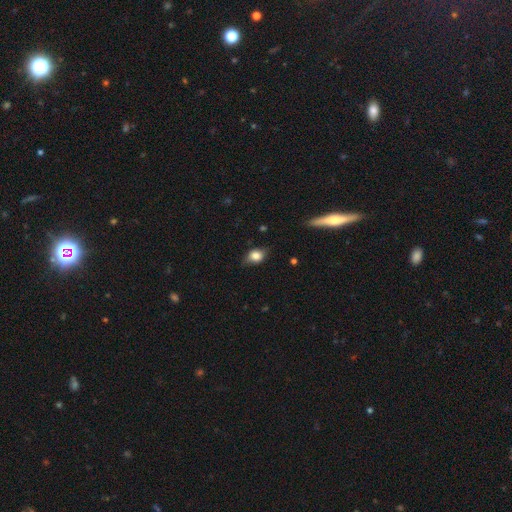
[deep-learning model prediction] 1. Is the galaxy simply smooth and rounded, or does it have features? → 73% smooth, 18% featured or disk, 9% star or artifact.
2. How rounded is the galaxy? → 65% in between, 32% round, 3% cigar-shaped.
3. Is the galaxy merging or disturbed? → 71% none, 22% minor disturbance, 5% major disturbance, 1% merger.